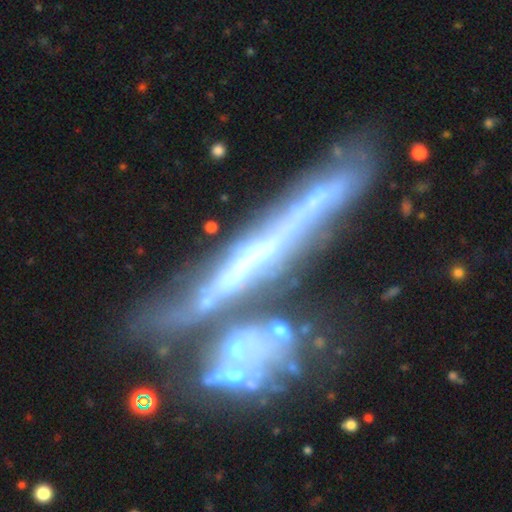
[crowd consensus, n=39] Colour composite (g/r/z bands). It shows a featured or disk galaxy (79%) viewed edge-on (84%) with no central bulge (54%). Merging: minor disturbance (33%, tied with merger).